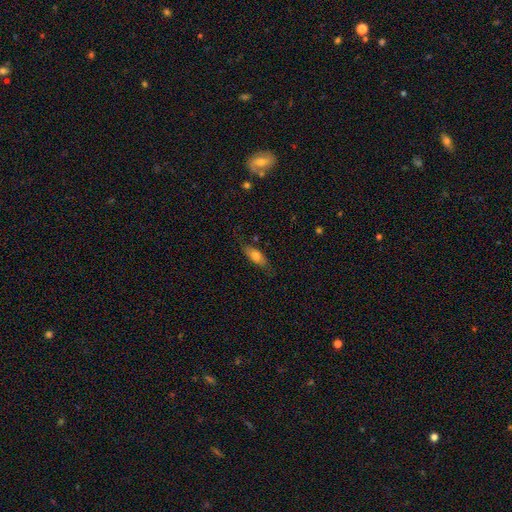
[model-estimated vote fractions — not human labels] Overall: smooth (71%). How rounded: in between (71%). Merging: none (71%).